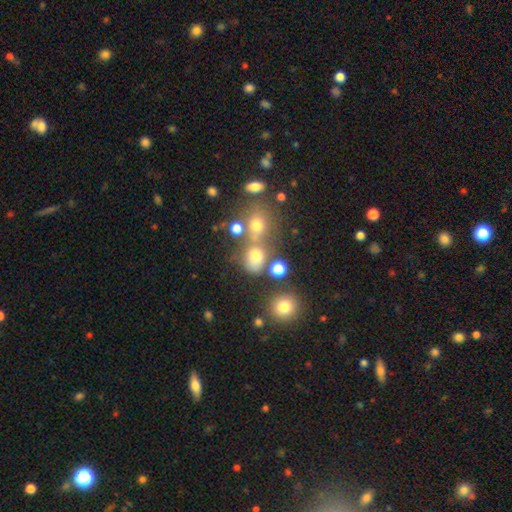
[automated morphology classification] This is likely a smooth galaxy (67%). How rounded: possibly round (60%). Merging: possibly none (45%).